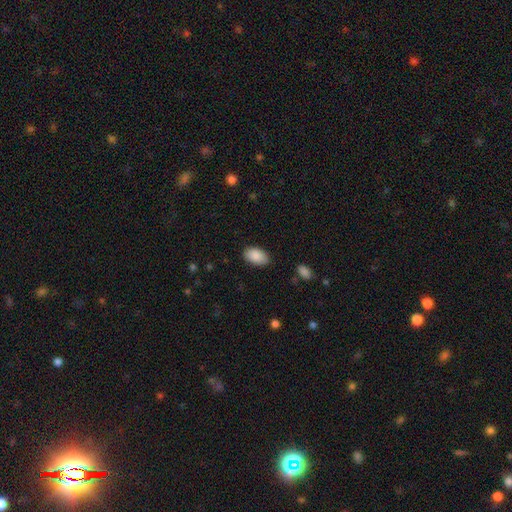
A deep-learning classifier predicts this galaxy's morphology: Q: Smooth or featured?
A: smooth (89%); runner-up: star or artifact (6%)
Q: How rounded?
A: in between (94%); runner-up: round (5%)
Q: Merging?
A: none (85%); runner-up: minor disturbance (11%)